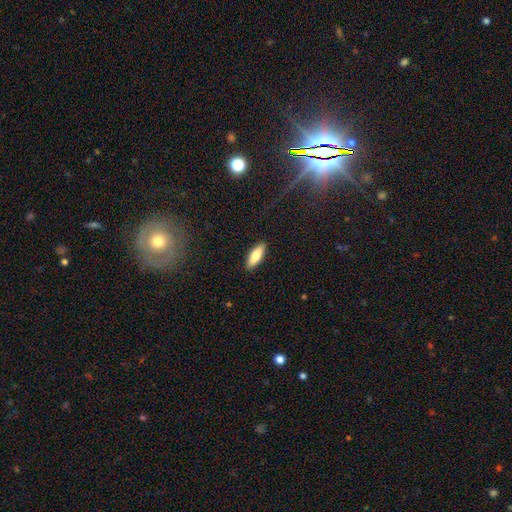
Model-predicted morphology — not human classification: A smooth galaxy with no disk features (79%) that is in between round and cigar-shaped (63%). Merging: none (89%).